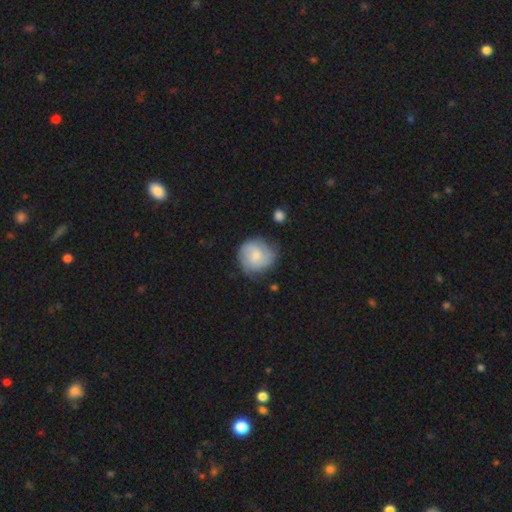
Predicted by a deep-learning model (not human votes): featured or disk 47% (tied), smooth 47% (tied), star or artifact 7%. Down the decision tree: merging — none (66%).